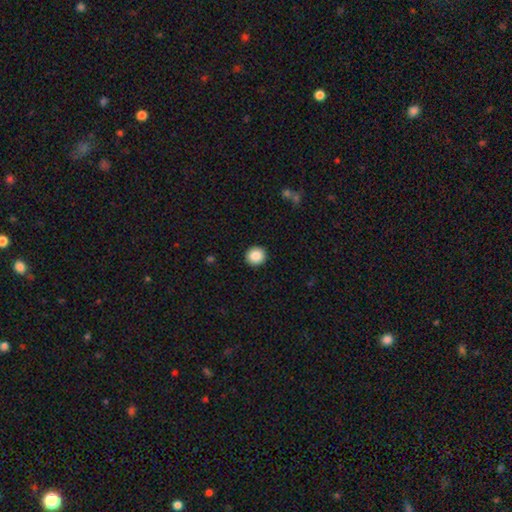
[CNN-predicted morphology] smooth 88%, star or artifact 8%, featured or disk 4%. Down the decision tree: how rounded — round (90%); merging — none (93%).